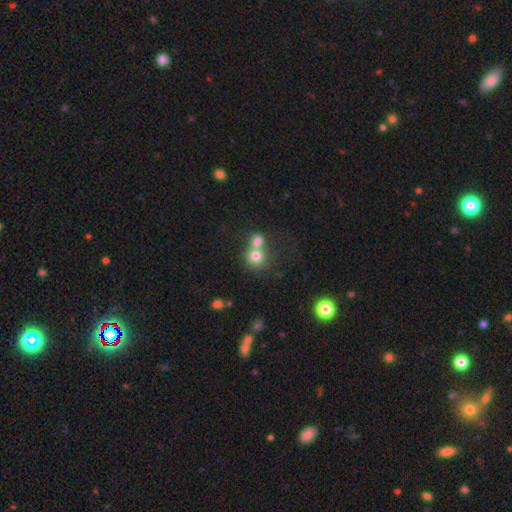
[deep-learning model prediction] Overall: smooth (77%). How rounded: round (82%). Merging: merger (53%; none 37%).